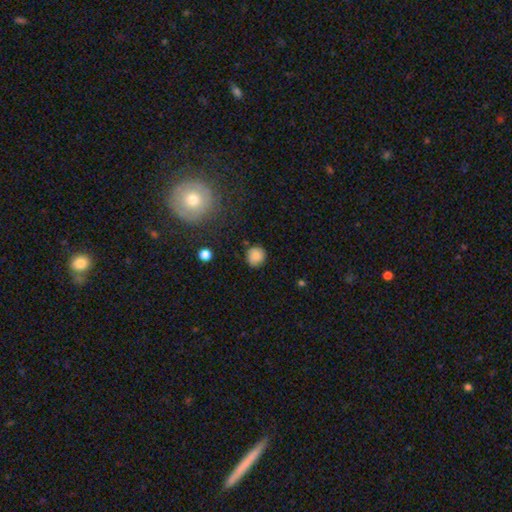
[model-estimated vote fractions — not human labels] A smooth galaxy with no disk features (81%) that is round (86%).

Vote fractions:
- Smooth or featured? smooth: 81% / star or artifact: 10% / featured or disk: 10%
- How rounded? round: 86% / in between: 13% / cigar-shaped: 1%
- Merging? none: 79% / minor disturbance: 16% / major disturbance: 3% / merger: 2%